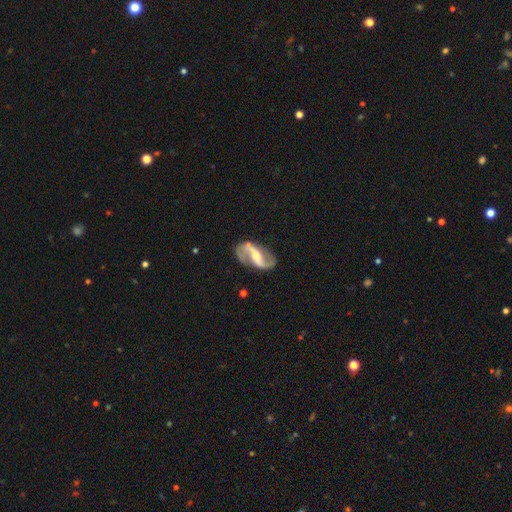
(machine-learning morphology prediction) Smooth or featured? featured or disk (89%)
Edge-on disk? no (97%)
Bar? strong (39%)
Spiral arms? yes (96%)
Spiral winding? loose (65%)
Spiral arm count? 2 (94%)
Bulge size? moderate (45%)
Merging? none (78%)